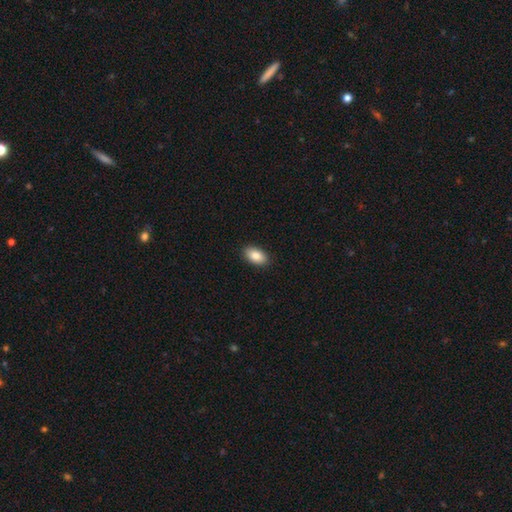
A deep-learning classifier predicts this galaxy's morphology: Smooth or featured? smooth (86%)
How rounded? in between (93%)
Merging? none (90%)